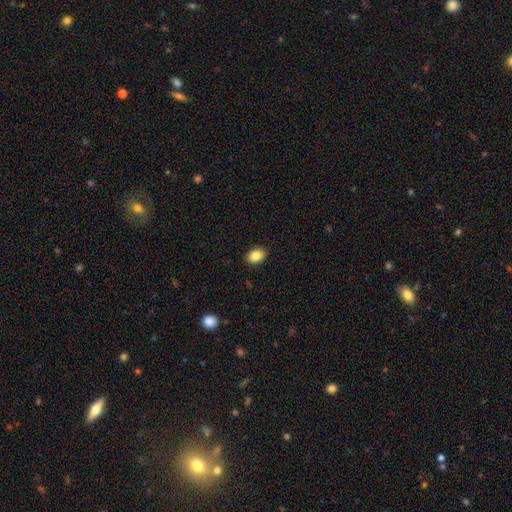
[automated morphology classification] smooth-or-featured: smooth: 85% | star or artifact: 8% | featured or disk: 7%
  how-rounded: in between: 73% | round: 26% | cigar-shaped: 1%
  merging: none: 90% | minor disturbance: 7% | major disturbance: 2% | merger: 1%